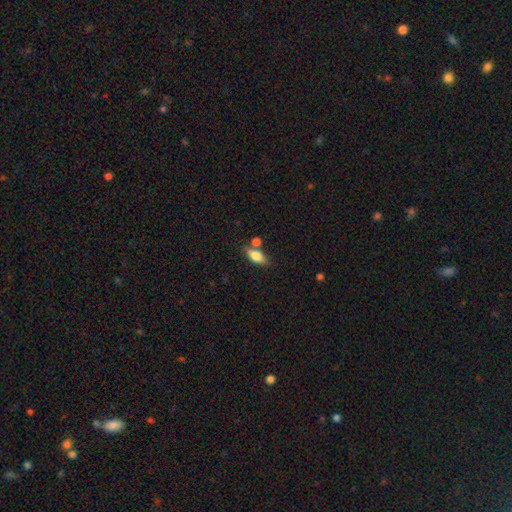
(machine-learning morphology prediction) smooth-or-featured: smooth: 75% | featured or disk: 17% | star or artifact: 8%
  how-rounded: in between: 78% | cigar-shaped: 18% | round: 4%
  merging: none: 63% | merger: 17% | minor disturbance: 15% | major disturbance: 4%